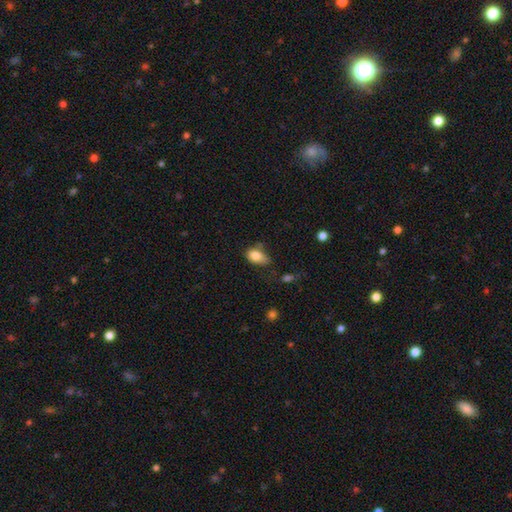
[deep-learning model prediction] Smooth or featured?
  - smooth: 82% *
  - featured or disk: 10%
  - star or artifact: 8%
How rounded?
  - in between: 88% *
  - round: 11%
  - cigar-shaped: 2%
Merging?
  - none: 50% *
  - minor disturbance: 34%
  - major disturbance: 11%
  - merger: 6%